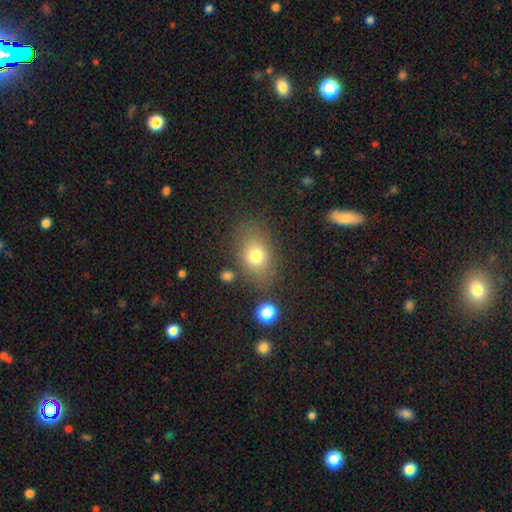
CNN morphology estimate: Smooth or featured? smooth (75%)
How rounded? in between (71%)
Merging? none (74%)